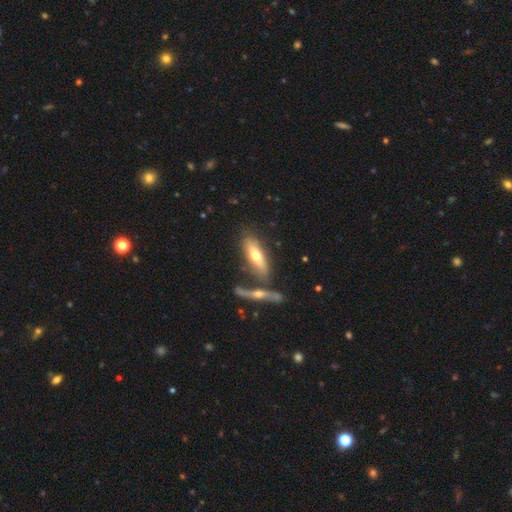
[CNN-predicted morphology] A smooth galaxy with no disk features (48%).

Vote fractions:
- Smooth or featured? smooth: 48% / featured or disk: 46% / star or artifact: 6%
- Merging? none: 57% / merger: 24% / minor disturbance: 14% / major disturbance: 5%